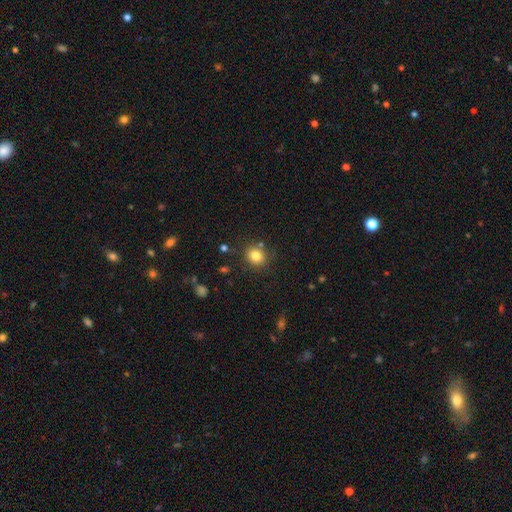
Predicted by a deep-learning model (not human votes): A smooth galaxy with no disk features (82%) that is round (76%). Merging: none (82%).